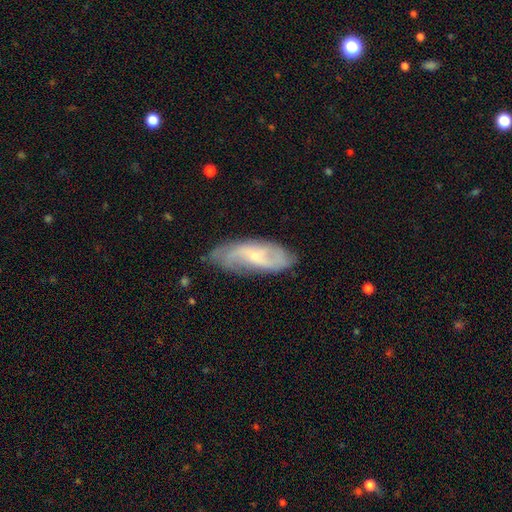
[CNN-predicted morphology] type=featured or disk (68%); edge-on=no (90%); bar=no (47%); spiral arms=yes (89%); winding=loose (41%); arm count=2 (56%); bulge=small (72%); merging=none (69%).